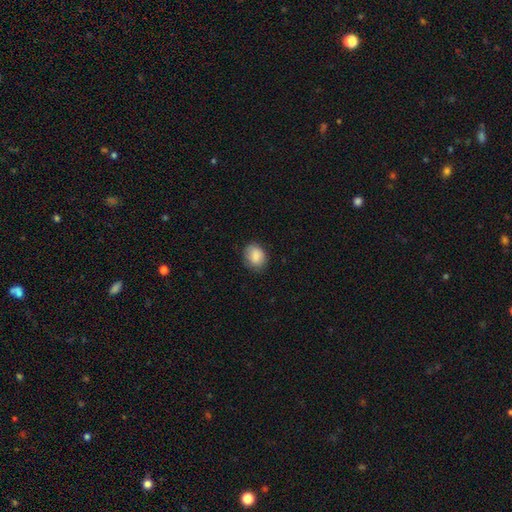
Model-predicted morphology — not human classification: Smooth or featured: smooth — 87% (star or artifact — 7%)
How rounded: in between — 51% (round — 48%)
Merging: none — 81% (minor disturbance — 15%)